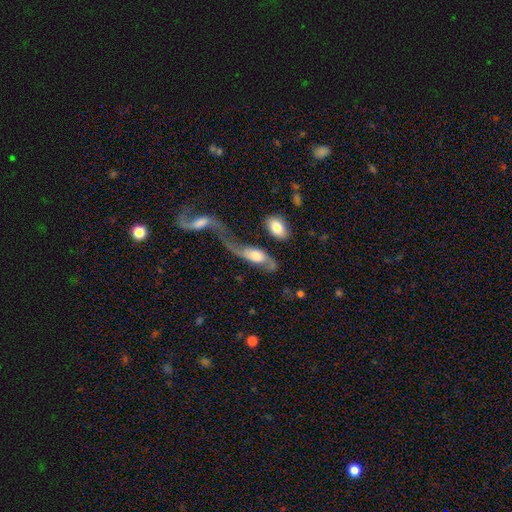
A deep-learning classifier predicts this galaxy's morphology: This appears to be a featured or disk galaxy (63%) with no bar (61%), spiral arms (78%) and a moderate central bulge (39%, tied with large). Merging: merger (47%).